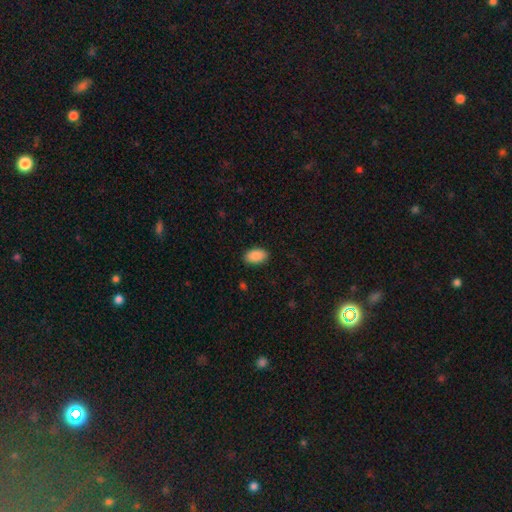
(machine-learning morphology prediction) This appears to be a smooth galaxy with no disk features (90%) that is in between round and cigar-shaped (94%). Merging: none (88%).